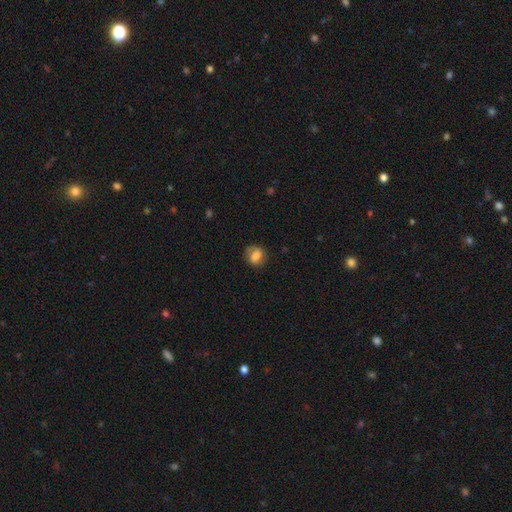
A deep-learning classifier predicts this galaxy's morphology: A smooth galaxy with no disk features (69%) that is round (56%).

Vote fractions:
- Smooth or featured? smooth: 69% / featured or disk: 22% / star or artifact: 9%
- How rounded? round: 56% / in between: 42% / cigar-shaped: 2%
- Merging? none: 74% / minor disturbance: 18% / major disturbance: 6% / merger: 1%